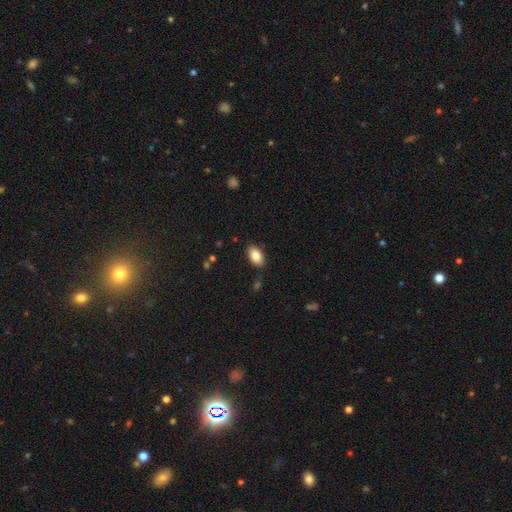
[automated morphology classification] smooth 86%, star or artifact 7%, featured or disk 7%. Down the decision tree: how rounded — in between (93%); merging — none (85%).